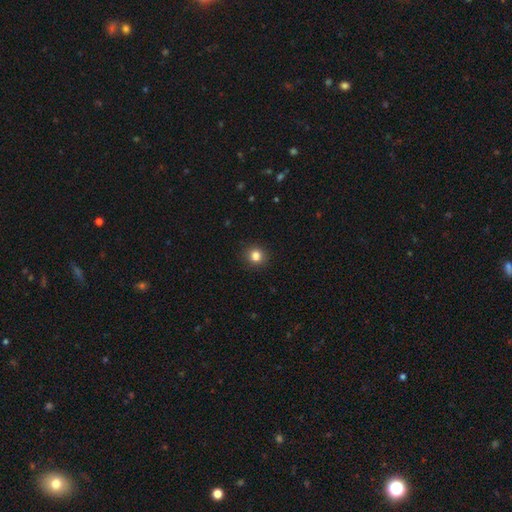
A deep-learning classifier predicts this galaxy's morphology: A smooth galaxy with no disk features (83%) that is round (88%).

Vote fractions:
- Smooth or featured? smooth: 83% / star or artifact: 12% / featured or disk: 5%
- How rounded? round: 88% / in between: 11% / cigar-shaped: 1%
- Merging? none: 91% / minor disturbance: 6% / major disturbance: 2% / merger: 1%